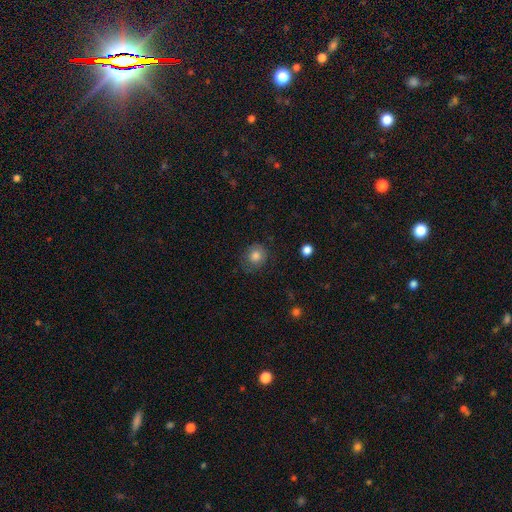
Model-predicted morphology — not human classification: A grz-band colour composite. It shows a smooth galaxy with no disk features (81%) that is round (82%). Merging: none (74%).